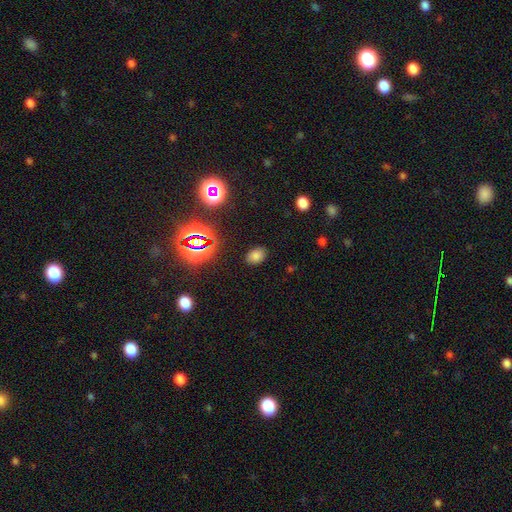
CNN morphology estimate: smooth-or-featured: smooth: 71% | star or artifact: 22% | featured or disk: 7%
  how-rounded: in between: 74% | round: 25% | cigar-shaped: 1%
  merging: none: 85% | minor disturbance: 10% | major disturbance: 3% | merger: 1%